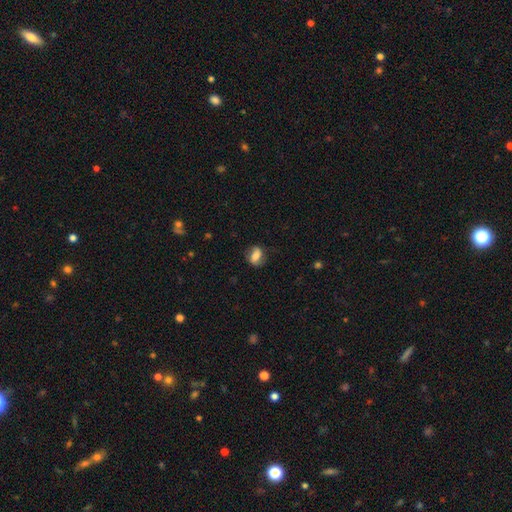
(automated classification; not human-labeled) This appears to be a smooth galaxy with no disk features (61%) that is in between round and cigar-shaped (68%). Merging: none (74%).